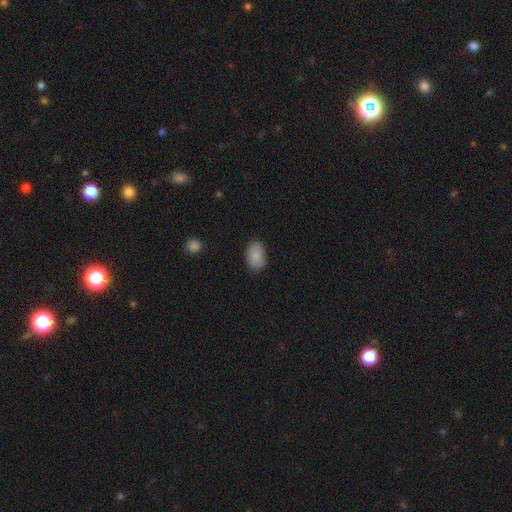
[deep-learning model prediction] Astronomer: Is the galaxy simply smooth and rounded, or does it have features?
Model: smooth — 87%.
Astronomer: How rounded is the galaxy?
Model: in between — 87%.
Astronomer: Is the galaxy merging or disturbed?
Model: none — 84%.